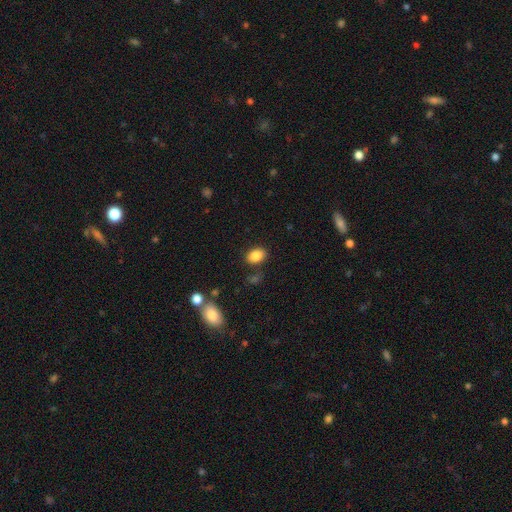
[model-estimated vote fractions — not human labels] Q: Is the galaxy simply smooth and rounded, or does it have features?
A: smooth — 86%.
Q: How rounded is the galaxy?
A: in between — 80%.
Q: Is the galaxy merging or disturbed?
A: none — 81%.